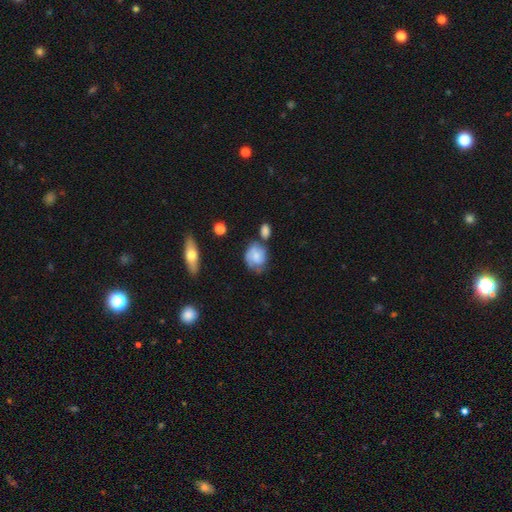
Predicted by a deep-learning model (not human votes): A smooth galaxy with no disk features (49%). Merging: none (49%).